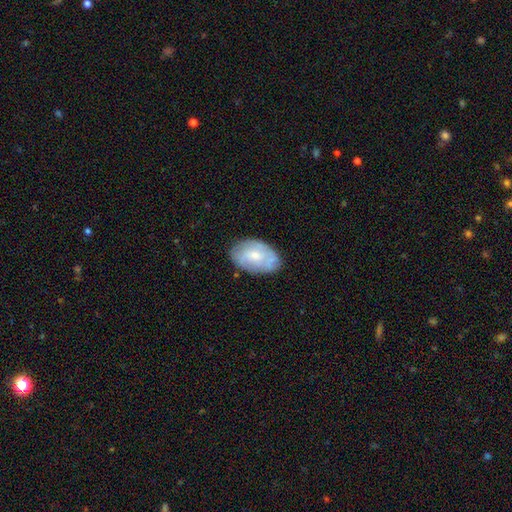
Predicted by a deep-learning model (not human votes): Smooth or featured?
  - smooth: 50% *
  - featured or disk: 44%
  - star or artifact: 7%
Merging?
  - none: 70% *
  - minor disturbance: 22%
  - major disturbance: 5%
  - merger: 3%